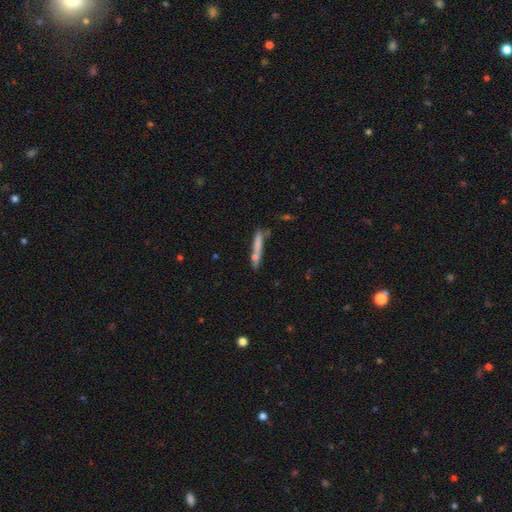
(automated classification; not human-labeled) smooth_or_featured: smooth (p=0.59) [alt: featured or disk p=0.33]
how_rounded: cigar-shaped (p=0.93) [alt: in between p=0.05]
merging: none (p=0.68) [alt: minor disturbance p=0.16]